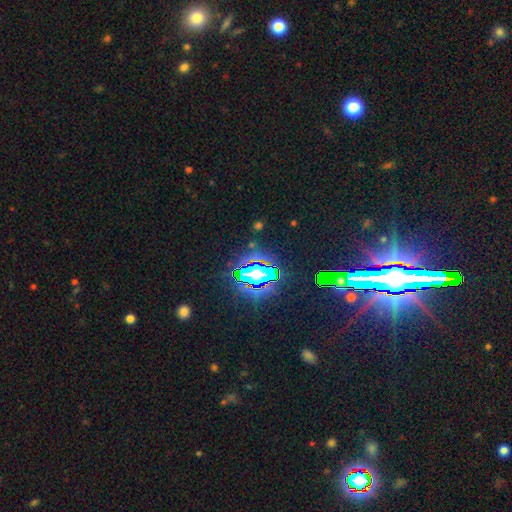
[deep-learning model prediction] Smooth or featured? Predicted: star or artifact (p=0.85).